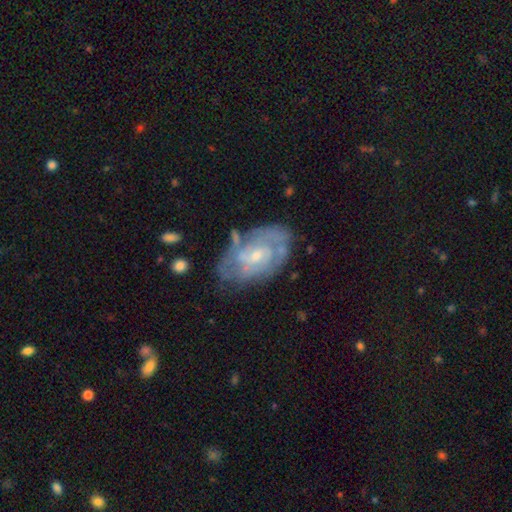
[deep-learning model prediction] This is likely a featured or disk galaxy (76%). It is clearly not viewed edge-on (96%). Bar: possibly no (58%). Spiral arm pattern: likely yes (77%). Spiral arm count: possibly can't tell (48%). Spiral winding: possibly tight (58%). Central bulge: possibly small (57%). Merging: likely none (63%).